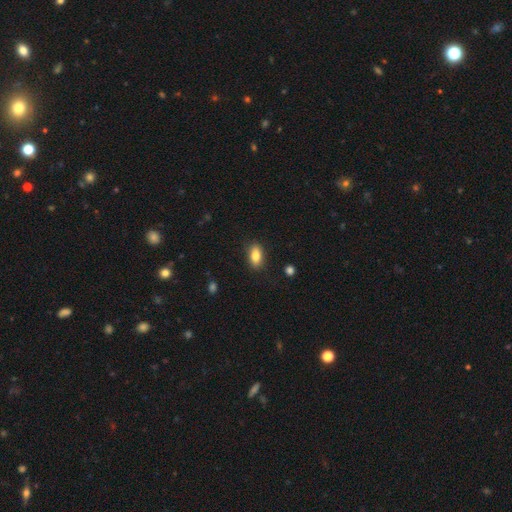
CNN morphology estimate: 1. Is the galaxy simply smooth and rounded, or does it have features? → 82% smooth, 10% featured or disk, 8% star or artifact.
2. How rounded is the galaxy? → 86% in between, 7% round, 7% cigar-shaped.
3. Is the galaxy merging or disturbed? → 87% none, 10% minor disturbance, 2% major disturbance, 1% merger.